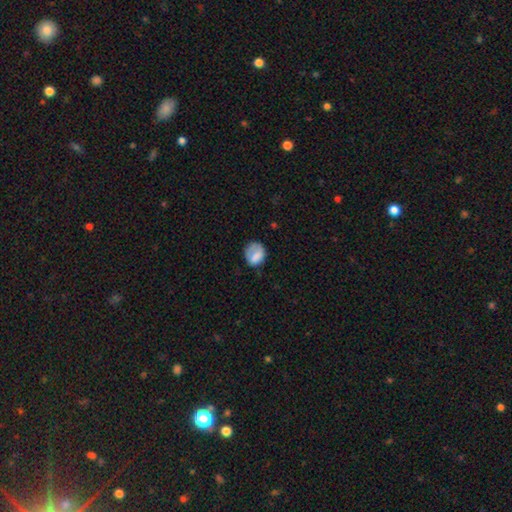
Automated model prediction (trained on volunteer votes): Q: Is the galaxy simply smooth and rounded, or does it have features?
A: smooth — 77%.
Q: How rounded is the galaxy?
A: round — 63%.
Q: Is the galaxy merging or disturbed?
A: none — 54%.